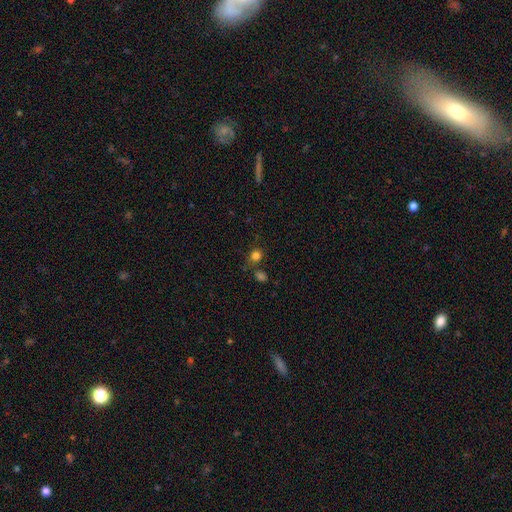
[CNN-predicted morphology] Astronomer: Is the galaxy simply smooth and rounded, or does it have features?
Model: smooth — 78%.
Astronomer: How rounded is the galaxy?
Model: round — 78%.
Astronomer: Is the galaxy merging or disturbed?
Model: none — 72%.